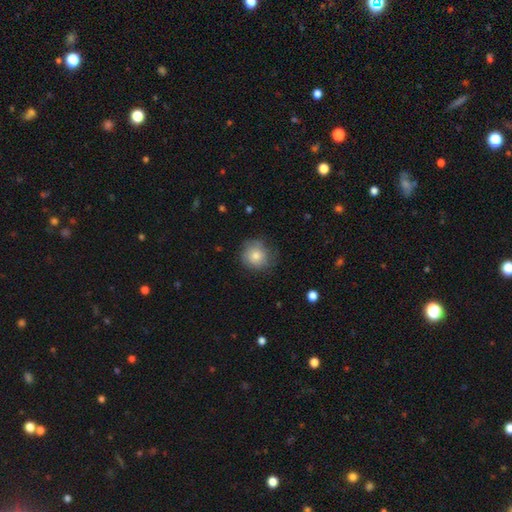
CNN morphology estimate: Smooth or featured?
  - smooth: 76% *
  - featured or disk: 16%
  - star or artifact: 8%
How rounded?
  - round: 89% *
  - in between: 10%
  - cigar-shaped: 1%
Merging?
  - none: 72% *
  - minor disturbance: 21%
  - major disturbance: 6%
  - merger: 1%